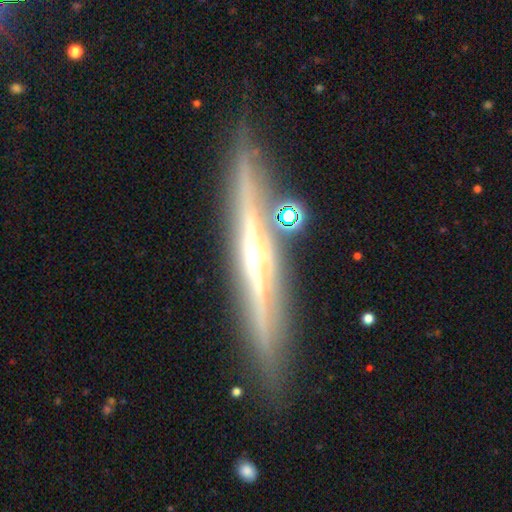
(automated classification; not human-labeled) featured or disk 84%, smooth 10%, star or artifact 6%. Down the decision tree: edge-on disk — yes (96%); edge-on bulge — rounded (80%); merging — none (86%).